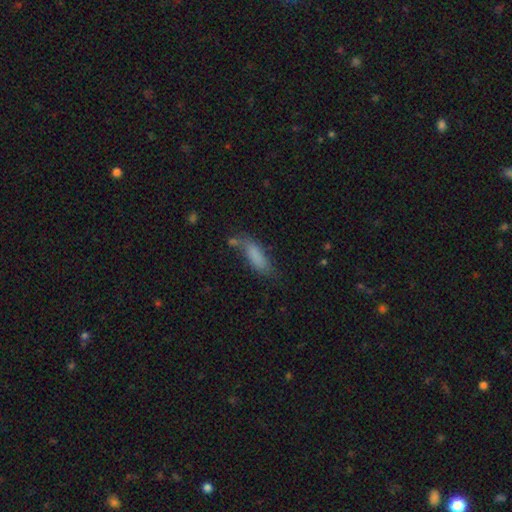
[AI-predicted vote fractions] Q: Smooth or featured?
A: smooth (80%); runner-up: featured or disk (12%)
Q: How rounded?
A: in between (54%); runner-up: cigar-shaped (44%)
Q: Merging?
A: none (54%); runner-up: minor disturbance (26%)